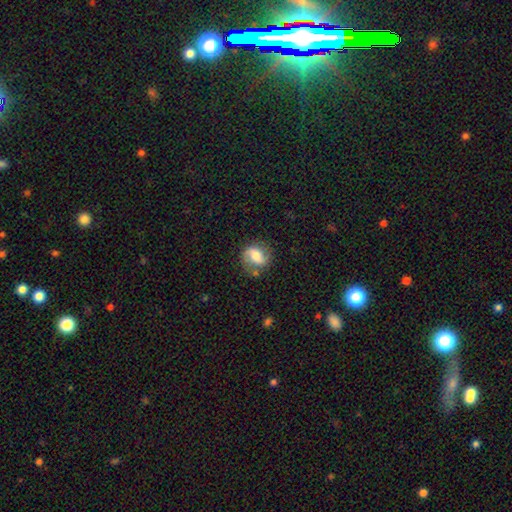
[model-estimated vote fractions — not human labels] A featured or disk galaxy (50%).

Vote fractions:
- Smooth or featured? featured or disk: 50% / smooth: 42% / star or artifact: 8%
- Merging? none: 67% / minor disturbance: 21% / major disturbance: 8% / merger: 5%